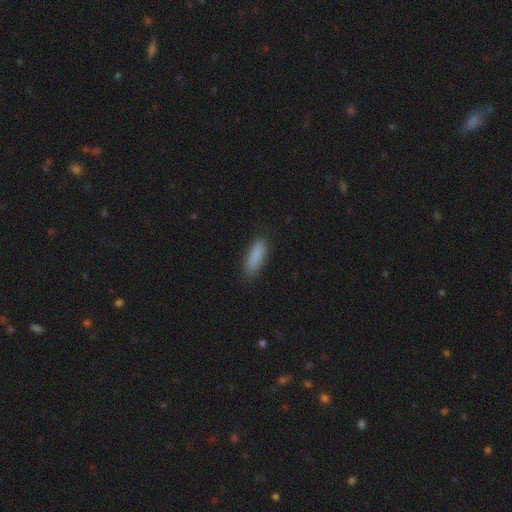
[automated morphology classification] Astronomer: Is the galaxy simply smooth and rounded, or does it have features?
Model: smooth — 87%.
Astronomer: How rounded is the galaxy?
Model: cigar-shaped — 53% (runner-up: in between, 46%).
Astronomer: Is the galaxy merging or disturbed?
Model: none — 84%.